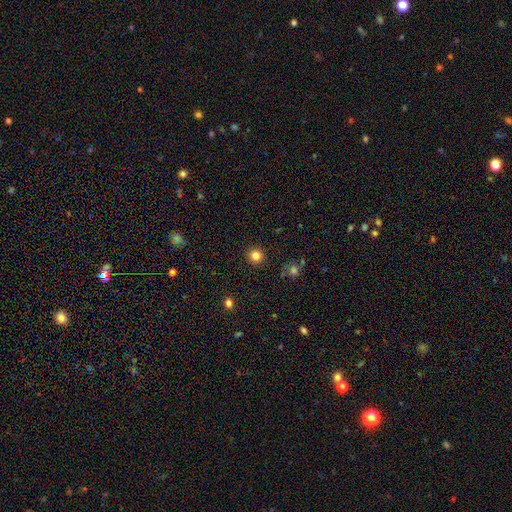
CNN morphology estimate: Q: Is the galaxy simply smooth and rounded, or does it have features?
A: smooth — 82%.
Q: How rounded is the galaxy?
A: round — 94%.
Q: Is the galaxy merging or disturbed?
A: none — 91%.